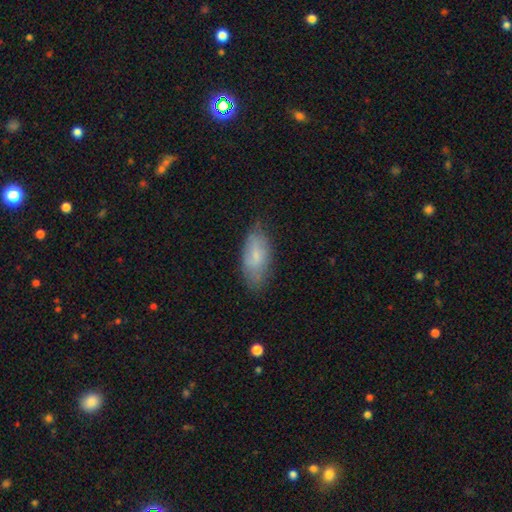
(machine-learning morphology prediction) This appears to be a smooth galaxy with no disk features (69%) that is in between round and cigar-shaped (87%). Merging: none (68%).